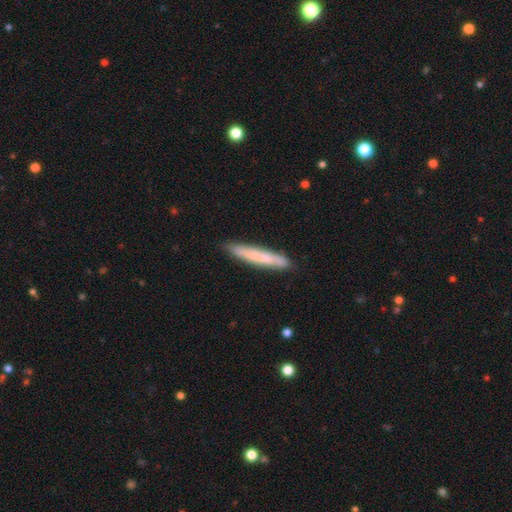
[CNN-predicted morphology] smooth_or_featured: smooth (p=0.67) [alt: featured or disk p=0.27]
how_rounded: cigar-shaped (p=0.95) [alt: in between p=0.04]
merging: none (p=0.86) [alt: minor disturbance p=0.11]